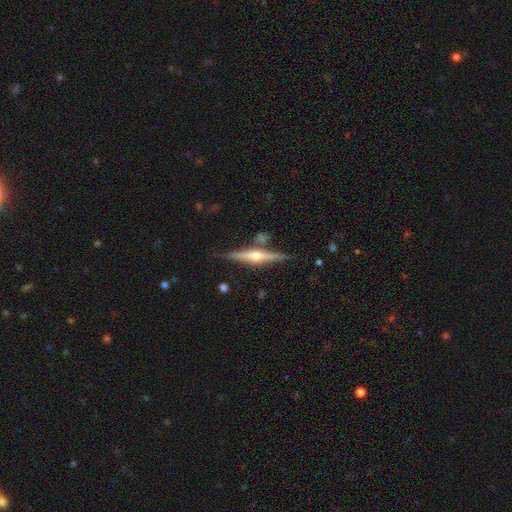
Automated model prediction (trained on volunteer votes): Smooth or featured? featured or disk (78%)
Edge-on disk? yes (98%)
Edge-on bulge? rounded (92%)
Merging? none (81%)